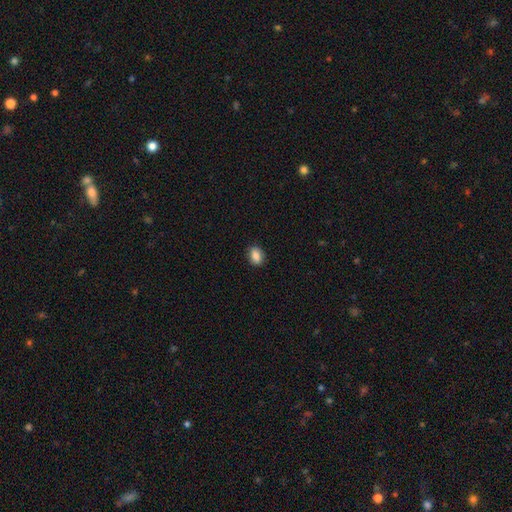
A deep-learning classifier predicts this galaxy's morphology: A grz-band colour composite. It shows a smooth galaxy with no disk features (86%) that is in between round and cigar-shaped (74%). Merging: none (88%).